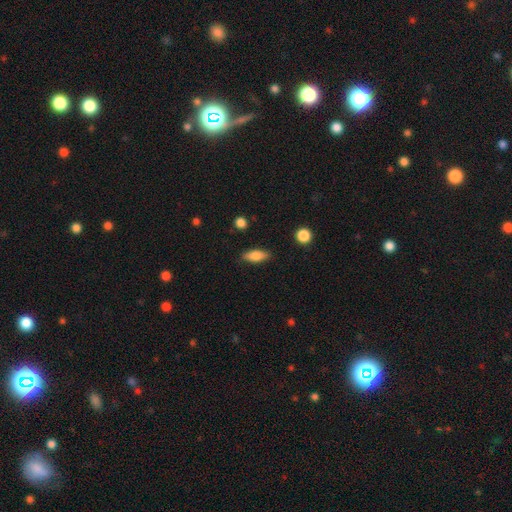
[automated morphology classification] Smooth or featured? Predicted: smooth (p=0.77). How rounded? Predicted: in between (p=0.73). Merging? Predicted: none (p=0.84).